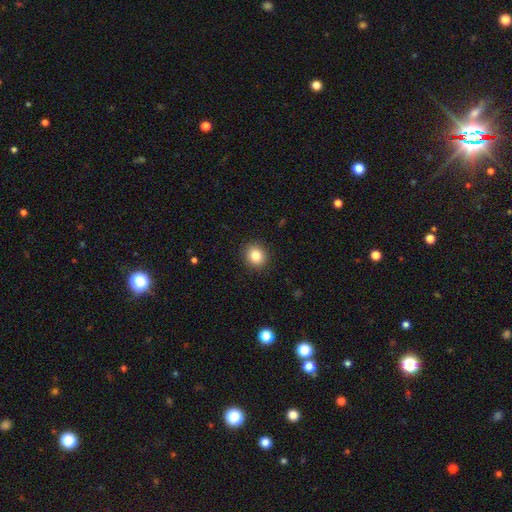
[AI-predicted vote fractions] Morphology: type=smooth (82%); roundness=round (83%); merging=none (91%).